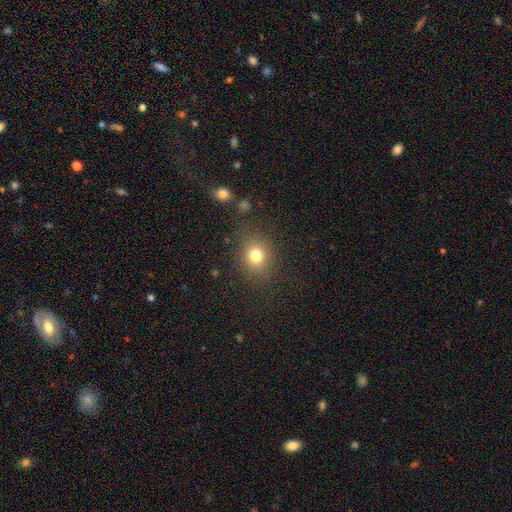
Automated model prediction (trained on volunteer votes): A smooth galaxy with no disk features (78%) that is round (66%).

Vote fractions:
- Smooth or featured? smooth: 78% / star or artifact: 14% / featured or disk: 8%
- How rounded? round: 66% / in between: 32% / cigar-shaped: 1%
- Merging? none: 81% / minor disturbance: 11% / major disturbance: 5% / merger: 2%